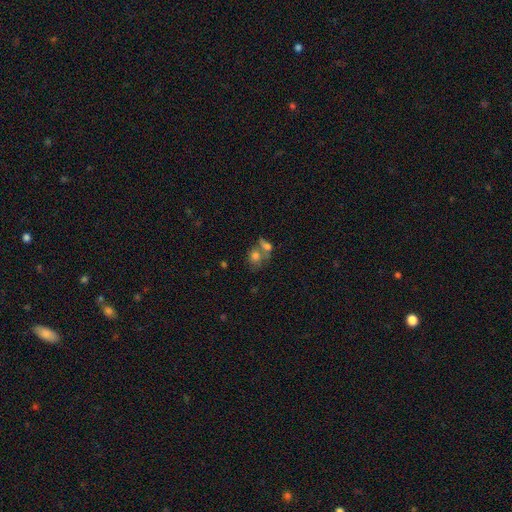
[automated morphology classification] This appears to be a smooth galaxy with no disk features (71%) that is round (54%). Merging: merger (48%).